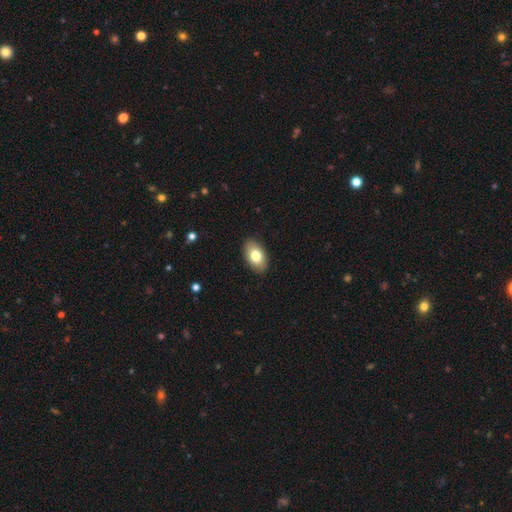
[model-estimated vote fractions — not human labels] Smooth or featured?
  - smooth: 78% *
  - featured or disk: 15%
  - star or artifact: 7%
How rounded?
  - in between: 92% *
  - round: 6%
  - cigar-shaped: 2%
Merging?
  - none: 89% *
  - minor disturbance: 8%
  - major disturbance: 2%
  - merger: 1%